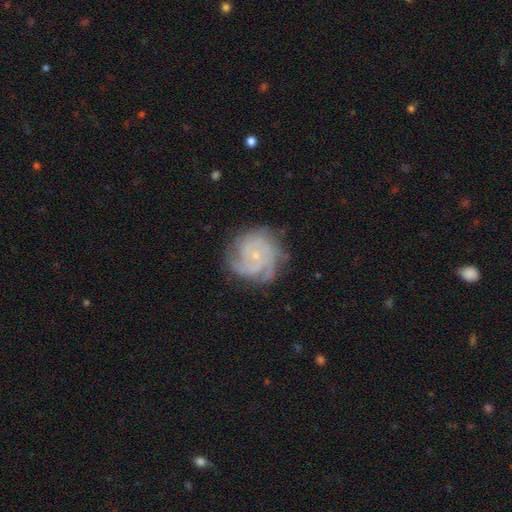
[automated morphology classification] Smooth or featured: featured or disk — 82% (smooth — 12%)
Edge-on disk: no — 98% (yes — 2%)
Bar: no — 80% (weak — 18%)
Spiral arms: yes — 95% (no — 5%)
Spiral winding: tight — 64% (medium — 30%)
Spiral arm count: 3 — 33% (can't tell — 23%)
Bulge size: small — 81% (moderate — 13%)
Merging: none — 72% (minor disturbance — 19%)